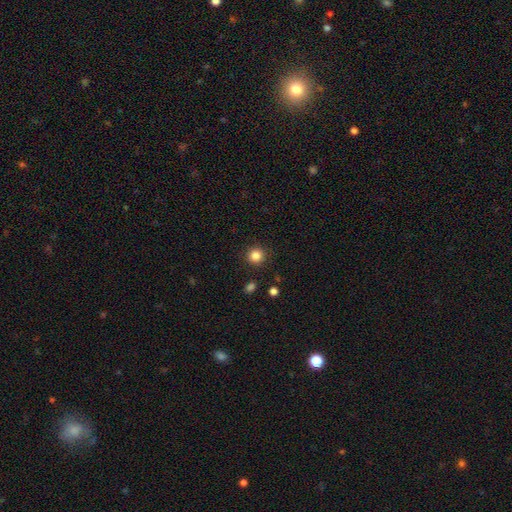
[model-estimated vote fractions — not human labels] Smooth or featured? Predicted: smooth (p=0.85). How rounded? Predicted: round (p=0.94). Merging? Predicted: none (p=0.91).